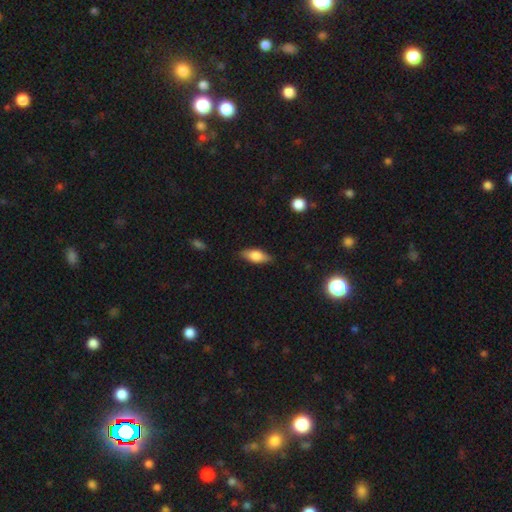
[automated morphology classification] Smooth or featured? smooth (75%)
How rounded? in between (79%)
Merging? none (83%)